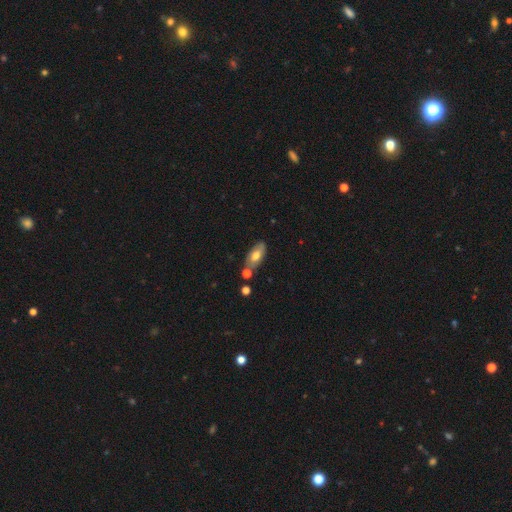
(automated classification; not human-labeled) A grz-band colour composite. It shows a smooth galaxy with no disk features (57%) that is in between round and cigar-shaped (87%). Merging: none (67%).